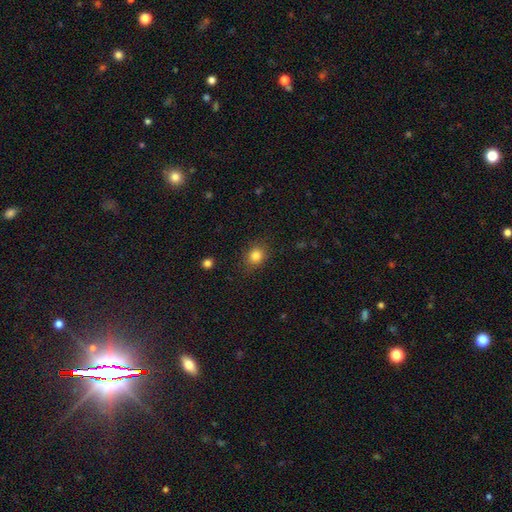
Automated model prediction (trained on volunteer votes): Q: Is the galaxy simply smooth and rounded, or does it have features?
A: smooth — 84%.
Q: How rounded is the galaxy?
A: round — 67%.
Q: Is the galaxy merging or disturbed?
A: none — 83%.